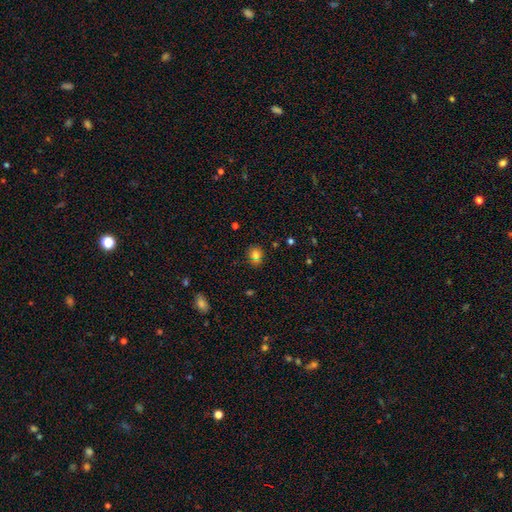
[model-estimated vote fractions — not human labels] The model was most divided on "how rounded": round: 71%, in between: 28%, cigar-shaped: 1%. More confident: merging — none (79%); smooth or featured — smooth (78%).